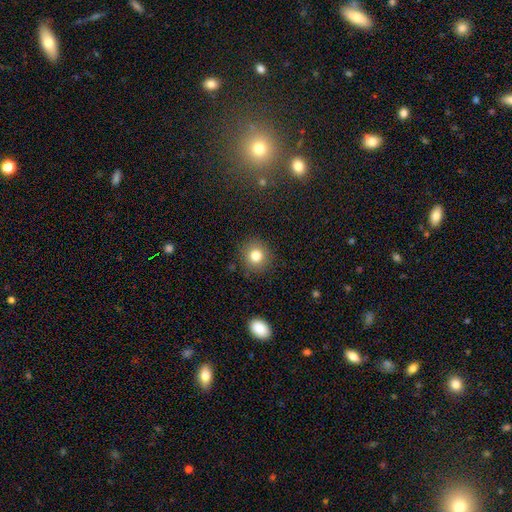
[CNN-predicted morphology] This is clearly a smooth galaxy (81%). How rounded: clearly round (90%). Merging: clearly none (88%).